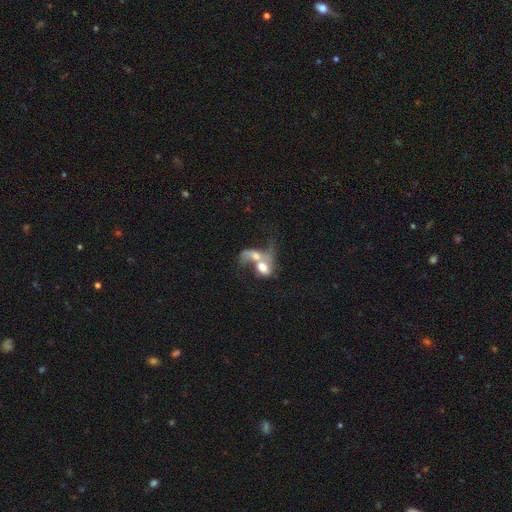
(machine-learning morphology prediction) Smooth or featured? Predicted: featured or disk (p=0.48). Merging? Predicted: merger (p=0.79).